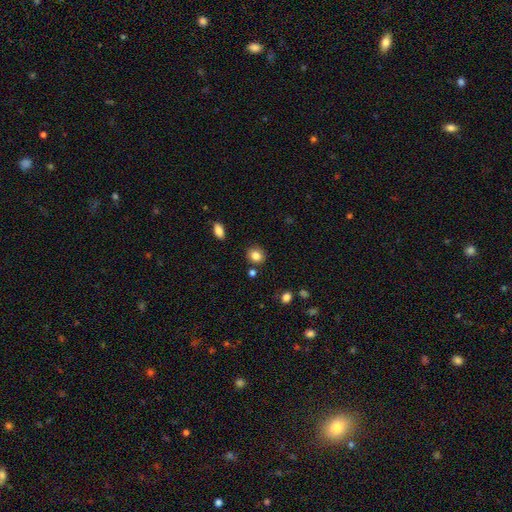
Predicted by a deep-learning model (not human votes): A smooth galaxy with no disk features (84%) that is round (69%).

Vote fractions:
- Smooth or featured? smooth: 84% / star or artifact: 10% / featured or disk: 7%
- How rounded? round: 69% / in between: 30% / cigar-shaped: 1%
- Merging? none: 84% / minor disturbance: 10% / merger: 4% / major disturbance: 3%